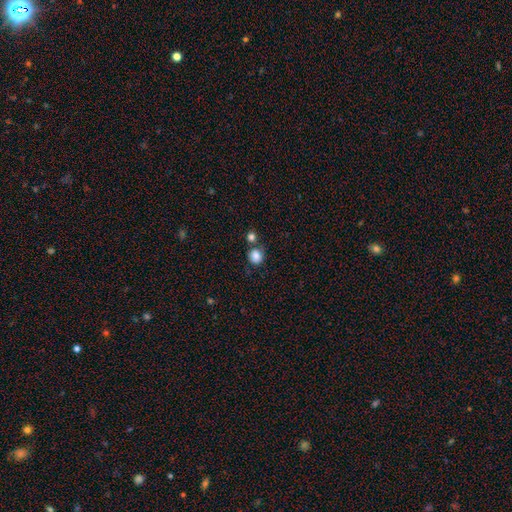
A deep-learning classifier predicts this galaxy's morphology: This appears to be a smooth galaxy with no disk features (84%) that is round (80%). Merging: none (61%).